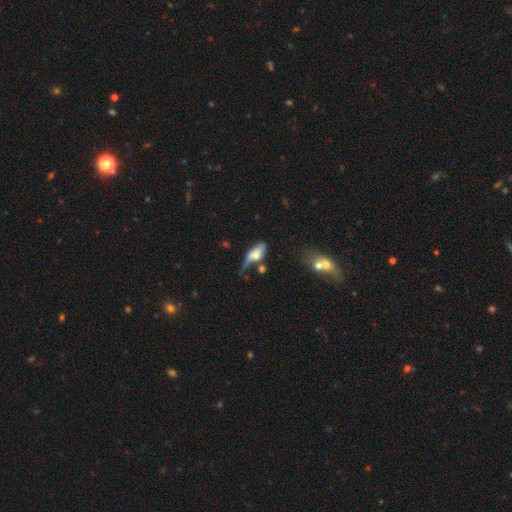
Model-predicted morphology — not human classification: Smooth or featured?
  - smooth: 54% *
  - featured or disk: 39%
  - star or artifact: 8%
How rounded?
  - in between: 79% *
  - cigar-shaped: 17%
  - round: 4%
Merging?
  - major disturbance: 32% *
  - minor disturbance: 26%
  - none: 23%
  - merger: 19%